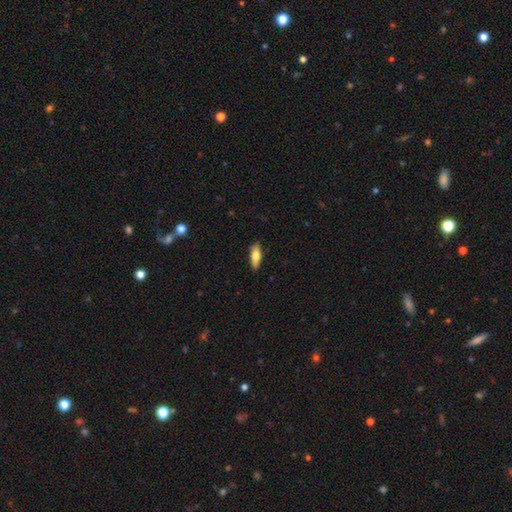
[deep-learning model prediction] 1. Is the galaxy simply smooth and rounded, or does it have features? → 70% smooth, 24% featured or disk, 6% star or artifact.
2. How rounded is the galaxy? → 61% in between, 36% cigar-shaped, 2% round.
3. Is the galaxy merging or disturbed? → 86% none, 11% minor disturbance, 2% major disturbance, 1% merger.